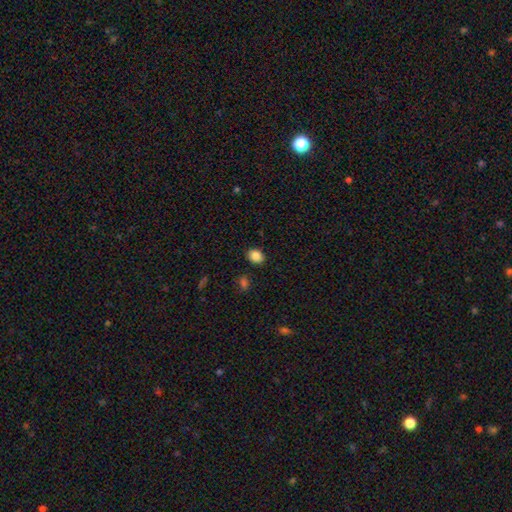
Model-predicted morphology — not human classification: A smooth galaxy with no disk features (86%) that is round (50%). Merging: none (86%).